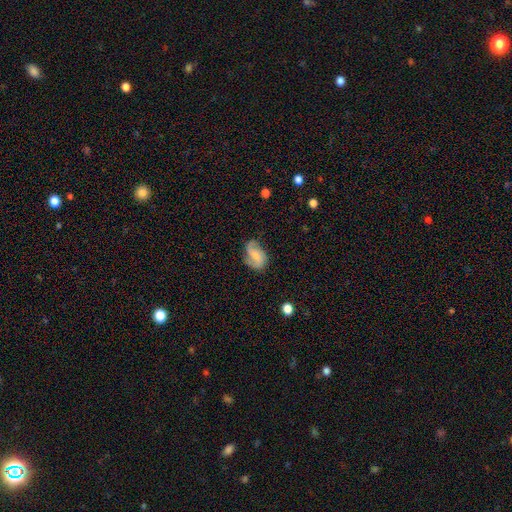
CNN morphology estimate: type=featured or disk (65%); edge-on=no (97%); bar=no (44%); spiral arms=yes (92%); winding=loose (44%); arm count=2 (78%); bulge=small (48%); merging=none (63%).